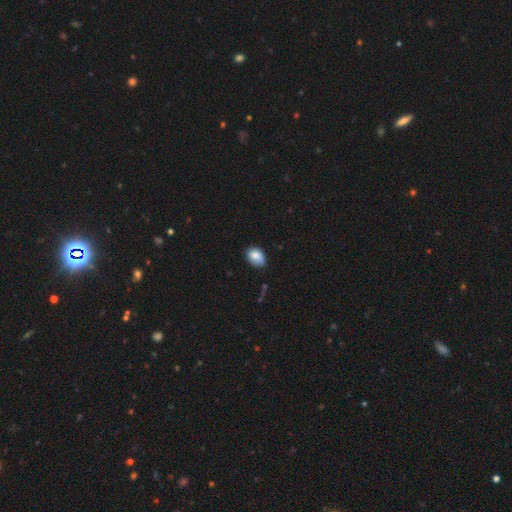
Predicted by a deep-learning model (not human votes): Q: Smooth or featured?
A: smooth (84%); runner-up: featured or disk (8%)
Q: How rounded?
A: in between (83%); runner-up: round (15%)
Q: Merging?
A: none (77%); runner-up: minor disturbance (19%)